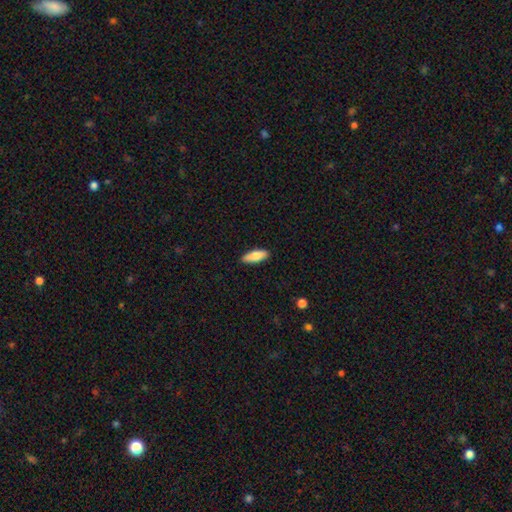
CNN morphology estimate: A smooth galaxy with no disk features (82%) that is in between round and cigar-shaped (65%). Merging: none (89%).